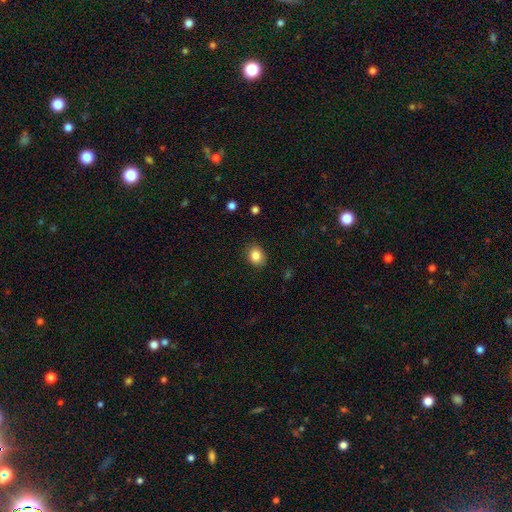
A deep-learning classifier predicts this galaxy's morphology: A smooth galaxy with no disk features (85%) that is round (54%).

Vote fractions:
- Smooth or featured? smooth: 85% / star or artifact: 9% / featured or disk: 5%
- How rounded? round: 54% / in between: 45% / cigar-shaped: 1%
- Merging? none: 86% / minor disturbance: 10% / major disturbance: 3% / merger: 1%